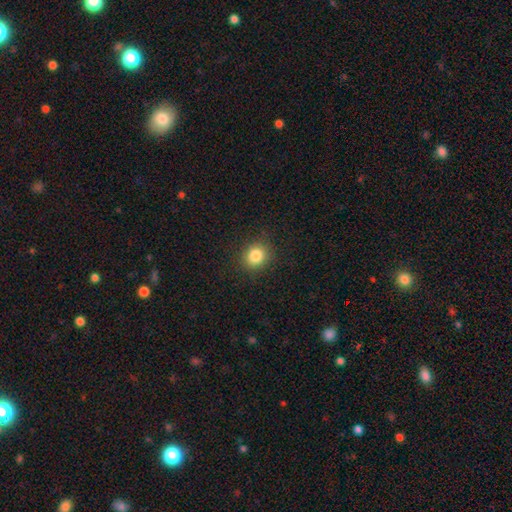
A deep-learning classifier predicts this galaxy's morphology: Smooth or featured: smooth — 84% (star or artifact — 11%)
How rounded: round — 79% (in between — 20%)
Merging: none — 89% (minor disturbance — 8%)